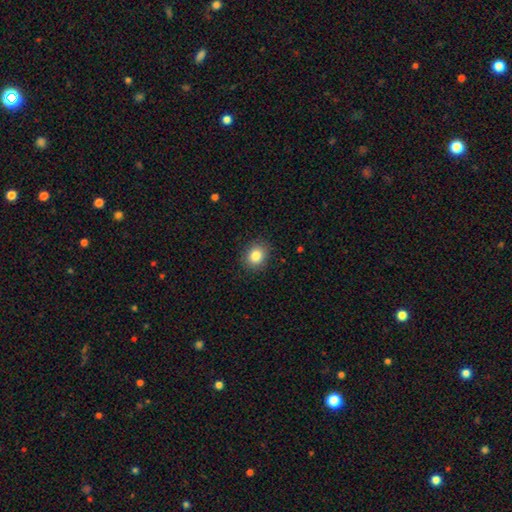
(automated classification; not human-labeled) Q: Smooth or featured?
A: smooth (85%); runner-up: star or artifact (10%)
Q: How rounded?
A: round (68%); runner-up: in between (31%)
Q: Merging?
A: none (88%); runner-up: minor disturbance (8%)